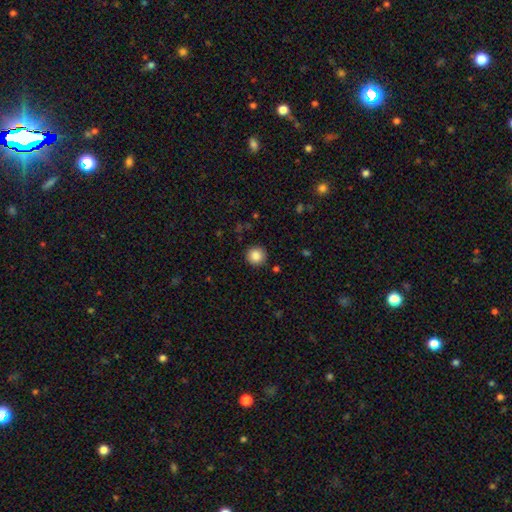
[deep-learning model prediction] Morphology: type=smooth (87%); roundness=round (95%); merging=none (91%).